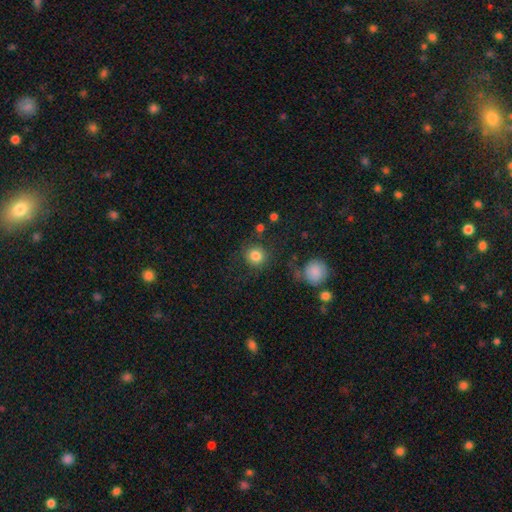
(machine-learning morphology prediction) A smooth galaxy with no disk features (81%) that is round (91%). Merging: none (77%).